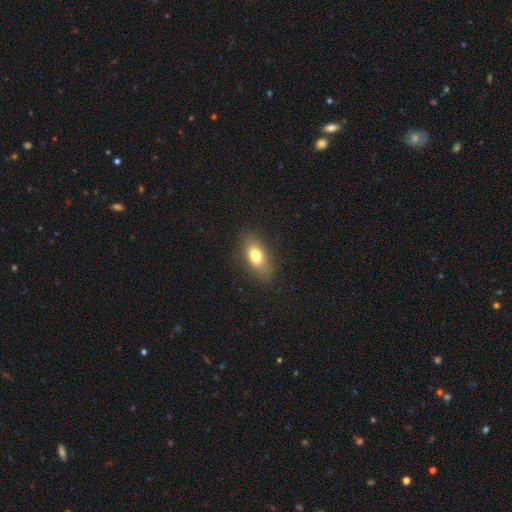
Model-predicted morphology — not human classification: This is likely a smooth galaxy (75%). How rounded: clearly in between (82%). Merging: clearly none (82%).